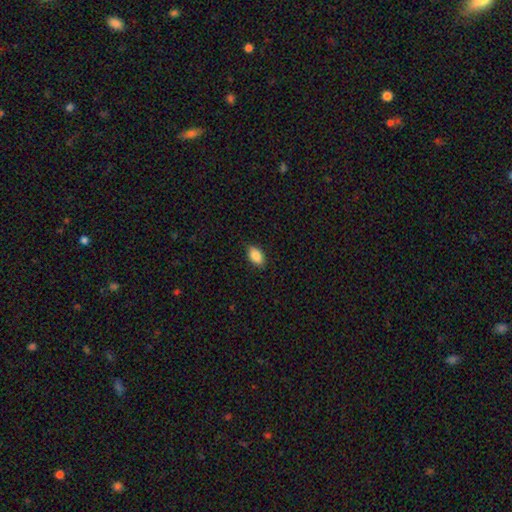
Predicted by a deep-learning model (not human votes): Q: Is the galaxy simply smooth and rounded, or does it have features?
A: smooth — 86%.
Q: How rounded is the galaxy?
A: in between — 91%.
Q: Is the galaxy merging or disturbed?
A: none — 85%.